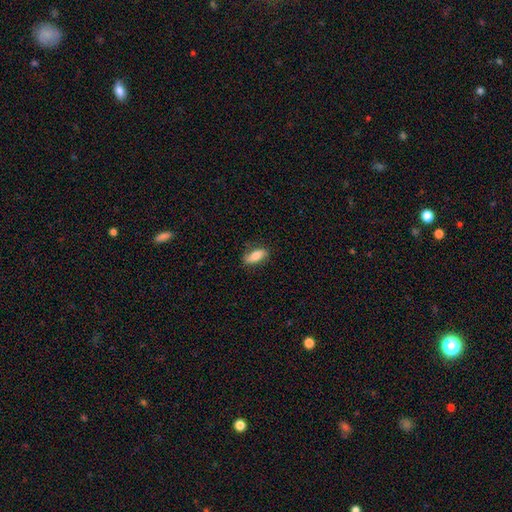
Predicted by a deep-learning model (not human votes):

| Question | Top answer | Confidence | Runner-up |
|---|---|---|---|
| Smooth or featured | smooth | 70% | featured or disk (24%) |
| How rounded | in between | 80% | cigar-shaped (16%) |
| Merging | none | 77% | minor disturbance (18%) |